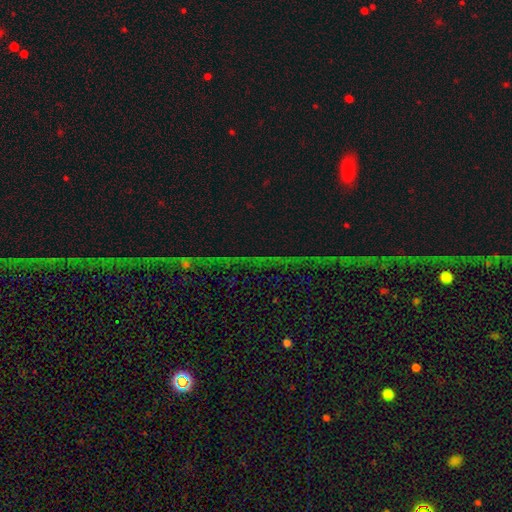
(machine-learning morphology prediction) Q: Smooth or featured?
A: star or artifact (77%); runner-up: featured or disk (13%)